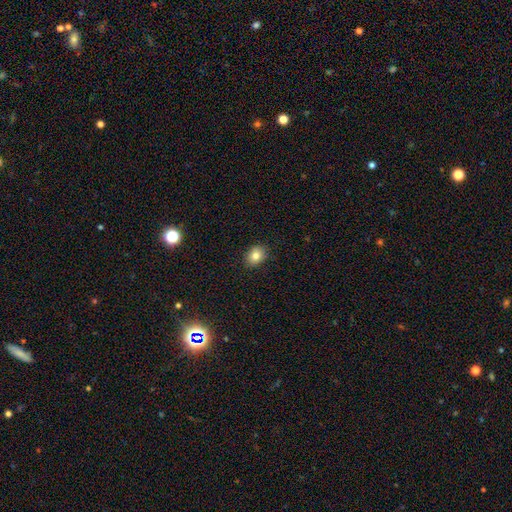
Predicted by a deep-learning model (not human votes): A smooth galaxy with no disk features (82%) that is in between round and cigar-shaped (62%).

Vote fractions:
- Smooth or featured? smooth: 82% / star or artifact: 10% / featured or disk: 8%
- How rounded? in between: 62% / round: 37% / cigar-shaped: 1%
- Merging? none: 88% / minor disturbance: 9% / major disturbance: 2% / merger: 1%